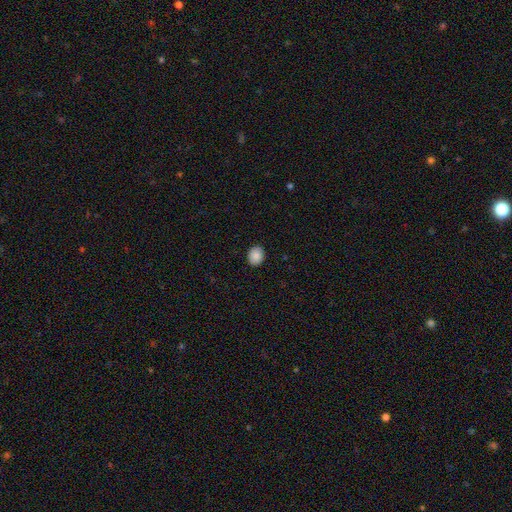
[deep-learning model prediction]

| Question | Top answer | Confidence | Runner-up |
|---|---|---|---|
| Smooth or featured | smooth | 88% | star or artifact (8%) |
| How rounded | in between | 53% | round (46%) |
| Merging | none | 90% | minor disturbance (7%) |